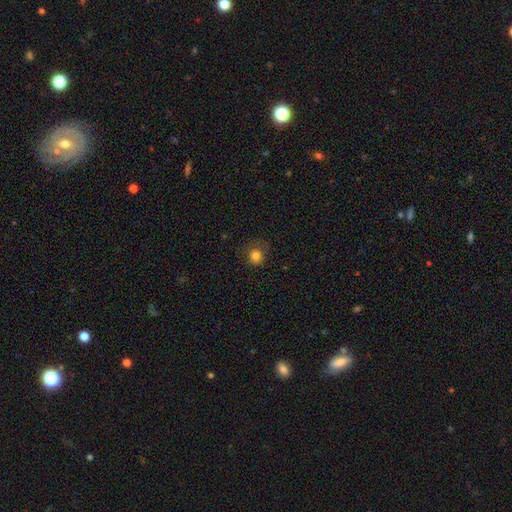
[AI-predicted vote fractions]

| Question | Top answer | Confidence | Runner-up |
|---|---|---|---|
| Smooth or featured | smooth | 81% | star or artifact (12%) |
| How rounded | round | 85% | in between (14%) |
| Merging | none | 74% | minor disturbance (17%) |